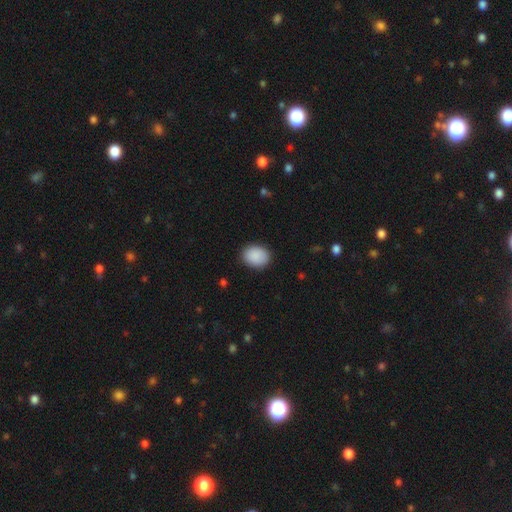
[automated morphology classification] smooth_or_featured: smooth (p=0.90) [alt: star or artifact p=0.07]
how_rounded: in between (p=0.52) [alt: round p=0.47]
merging: none (p=0.87) [alt: minor disturbance p=0.10]